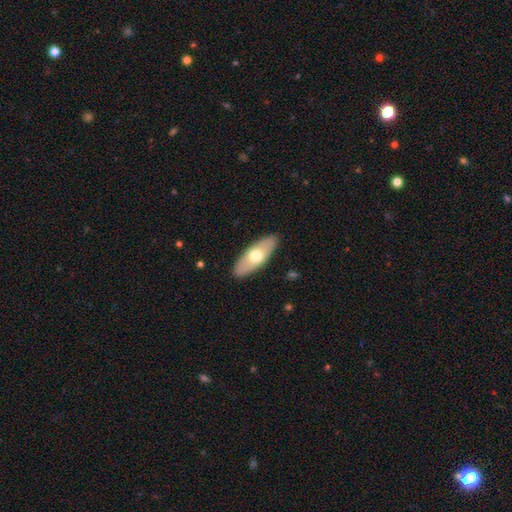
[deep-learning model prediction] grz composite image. It shows a smooth galaxy with no disk features (60%) that is in between round and cigar-shaped (78%). Merging: none (89%).